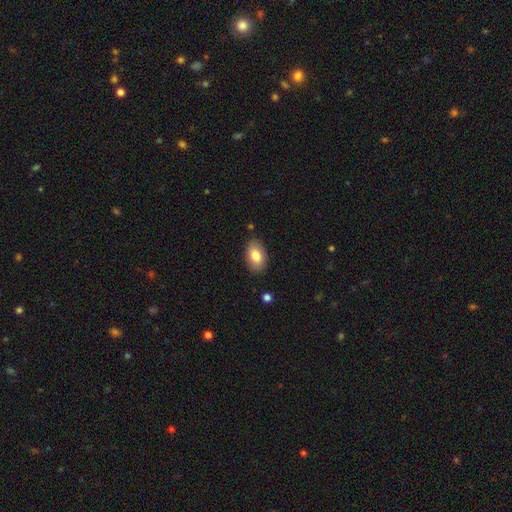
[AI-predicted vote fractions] smooth 82%, featured or disk 11%, star or artifact 7%. Down the decision tree: how rounded — in between (92%); merging — none (86%).